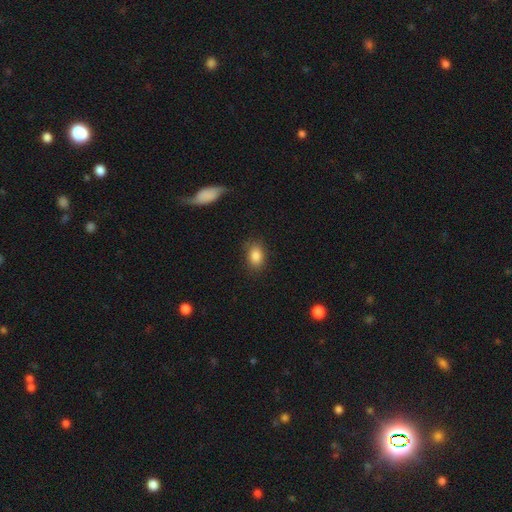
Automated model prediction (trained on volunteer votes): Smooth or featured? smooth (86%)
How rounded? in between (79%)
Merging? none (83%)